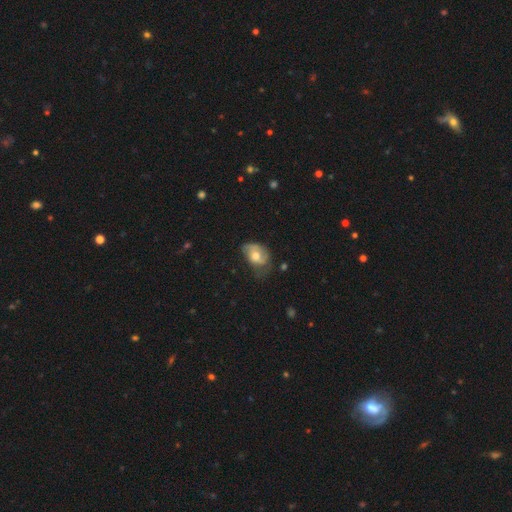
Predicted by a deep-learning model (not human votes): This appears to be a smooth galaxy with no disk features (51%) that is in between round and cigar-shaped (77%). Merging: minor disturbance (37%, tied with none).